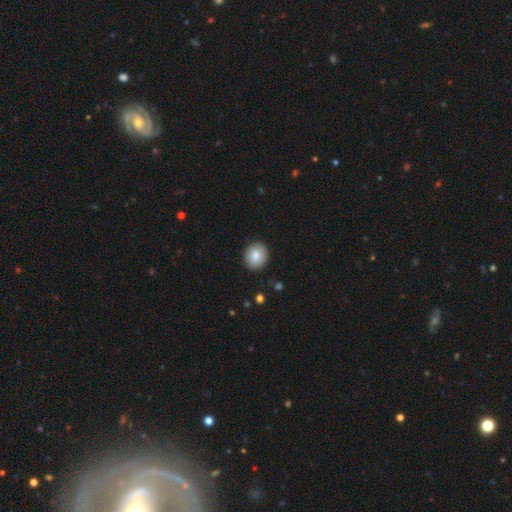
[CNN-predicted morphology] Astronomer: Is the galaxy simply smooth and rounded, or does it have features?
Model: smooth — 86%.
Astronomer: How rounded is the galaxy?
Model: round — 73%.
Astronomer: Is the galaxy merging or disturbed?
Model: none — 90%.